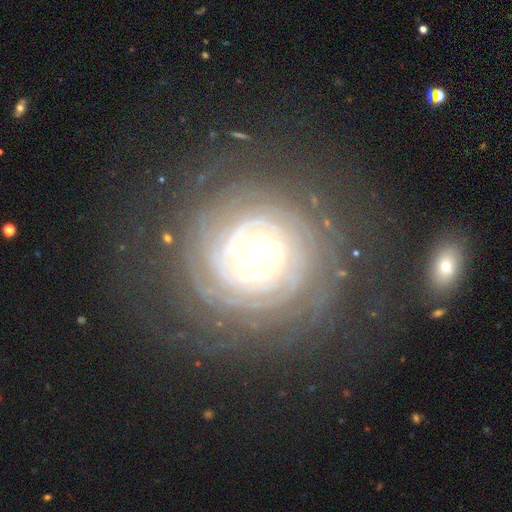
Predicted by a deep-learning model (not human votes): Overall: featured or disk (84%). Edge-on disk: no (97%). Bar: no (79%). Spiral arms: yes (96%). Spiral arm count: can't tell (28%; more than 4 27%). Spiral winding: tight (89%). Bulge size: moderate (53%; small 36%). Merging: none (80%).